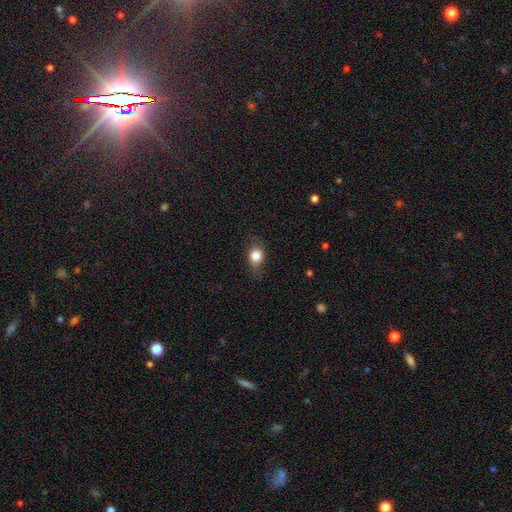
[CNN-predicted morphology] Smooth or featured?
  - smooth: 79% *
  - featured or disk: 11%
  - star or artifact: 10%
How rounded?
  - round: 55% *
  - in between: 43%
  - cigar-shaped: 2%
Merging?
  - none: 67% *
  - minor disturbance: 24%
  - major disturbance: 7%
  - merger: 1%